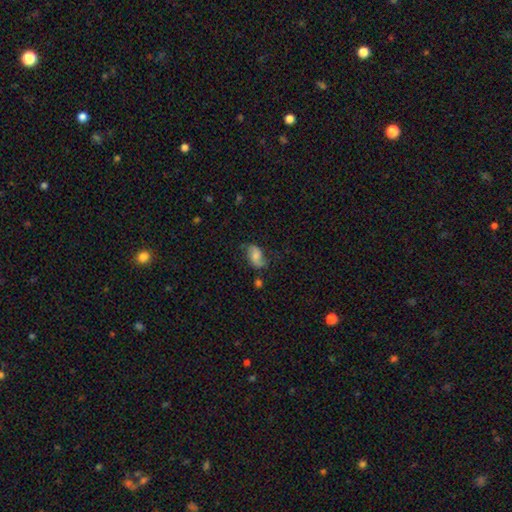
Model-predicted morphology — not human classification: smooth_or_featured: smooth (p=0.46) [tied with: featured or disk p=0.46]
merging: none (p=0.60) [alt: minor disturbance p=0.25]